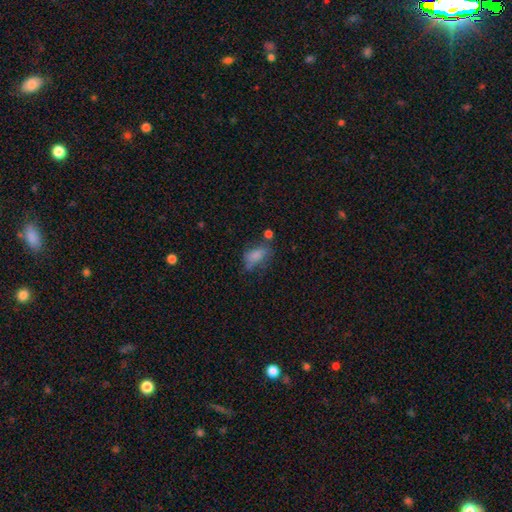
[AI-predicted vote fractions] Q: Smooth or featured?
A: smooth (76%); runner-up: featured or disk (13%)
Q: How rounded?
A: in between (86%); runner-up: round (8%)
Q: Merging?
A: none (41%); runner-up: minor disturbance (28%)